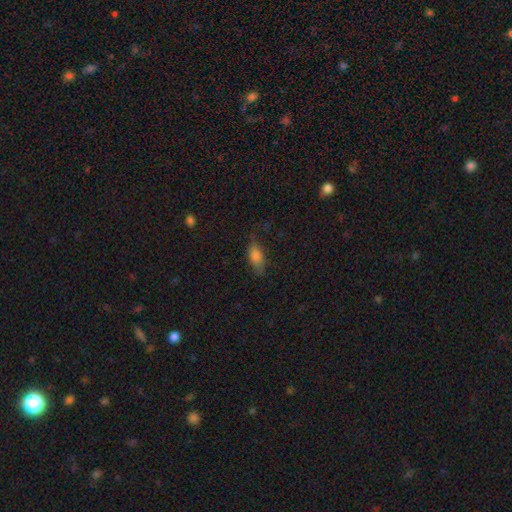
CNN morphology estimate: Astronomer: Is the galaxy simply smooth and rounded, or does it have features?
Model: smooth — 79%.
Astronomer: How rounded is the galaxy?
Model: in between — 84%.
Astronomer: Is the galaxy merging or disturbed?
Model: none — 67%.